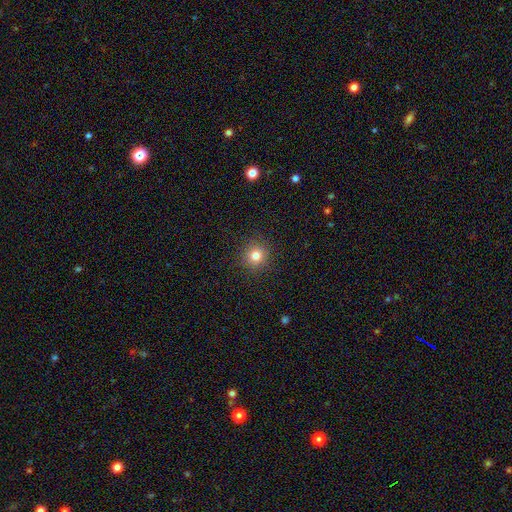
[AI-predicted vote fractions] Smooth or featured: smooth — 80% (star or artifact — 13%)
How rounded: round — 93% (in between — 6%)
Merging: none — 90% (minor disturbance — 6%)